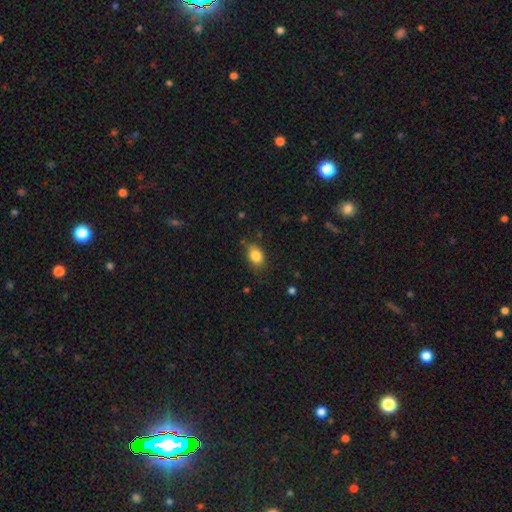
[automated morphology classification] smooth_or_featured: smooth (p=0.85) [alt: star or artifact p=0.09]
how_rounded: in between (p=0.80) [alt: round p=0.19]
merging: none (p=0.77) [alt: minor disturbance p=0.17]